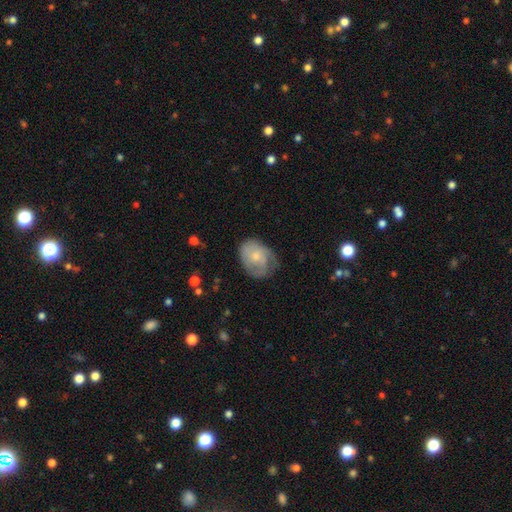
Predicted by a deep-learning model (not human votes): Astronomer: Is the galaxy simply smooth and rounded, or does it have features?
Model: smooth — 51% (runner-up: featured or disk, 42%).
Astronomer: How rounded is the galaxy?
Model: in between — 61% (runner-up: round, 38%).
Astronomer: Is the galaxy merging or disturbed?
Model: none — 51% (runner-up: minor disturbance, 32%).